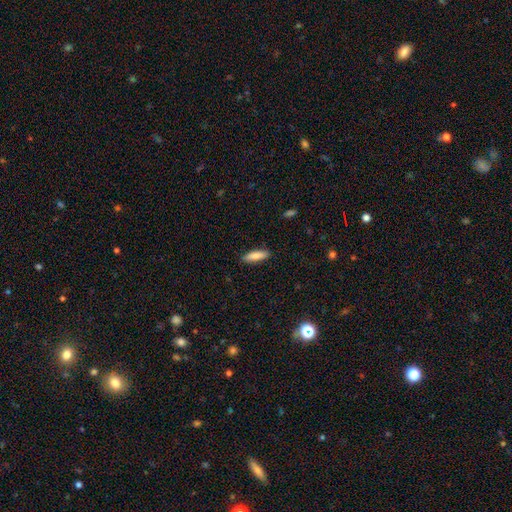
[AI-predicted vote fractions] Smooth or featured?
  - smooth: 84% *
  - featured or disk: 10%
  - star or artifact: 6%
How rounded?
  - cigar-shaped: 58% *
  - in between: 40%
  - round: 2%
Merging?
  - none: 89% *
  - minor disturbance: 8%
  - major disturbance: 2%
  - merger: 1%